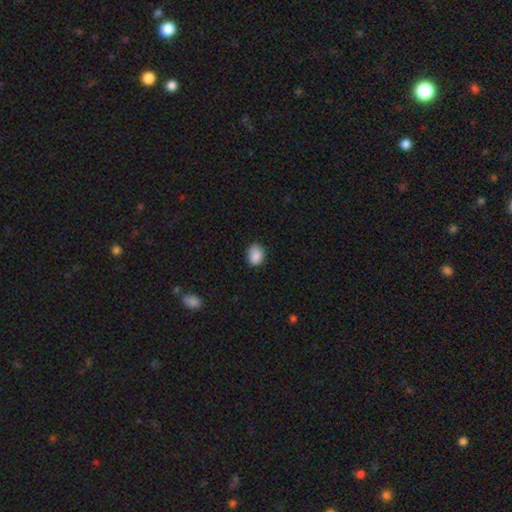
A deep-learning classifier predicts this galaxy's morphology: A smooth galaxy with no disk features (88%) that is in between round and cigar-shaped (57%). Merging: none (76%).